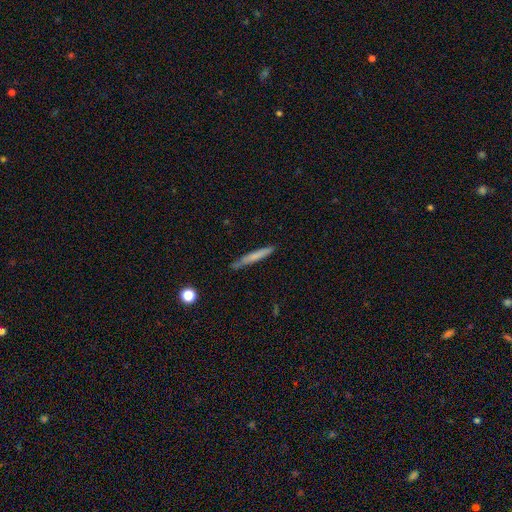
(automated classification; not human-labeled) Smooth or featured? smooth (67%)
How rounded? cigar-shaped (95%)
Merging? none (78%)